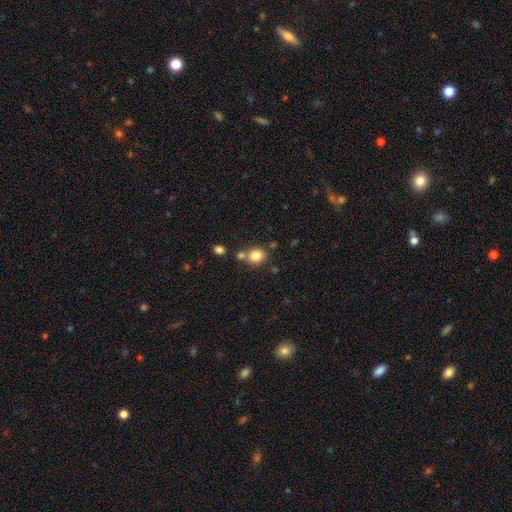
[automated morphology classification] This is clearly a smooth galaxy (83%). How rounded: likely round (75%). Merging: likely none (65%).